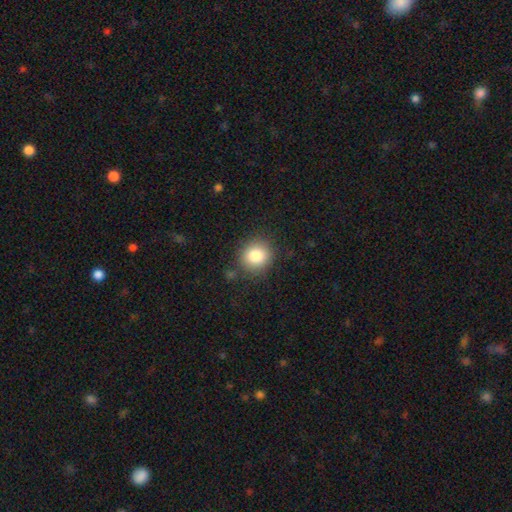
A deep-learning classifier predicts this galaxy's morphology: Smooth or featured? Predicted: smooth (p=0.83). How rounded? Predicted: round (p=0.88). Merging? Predicted: none (p=0.86).